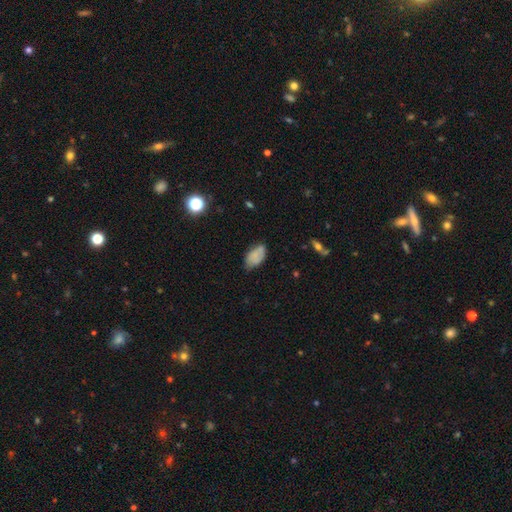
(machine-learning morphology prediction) A smooth galaxy with no disk features (76%) that is in between round and cigar-shaped (94%). Merging: none (62%).